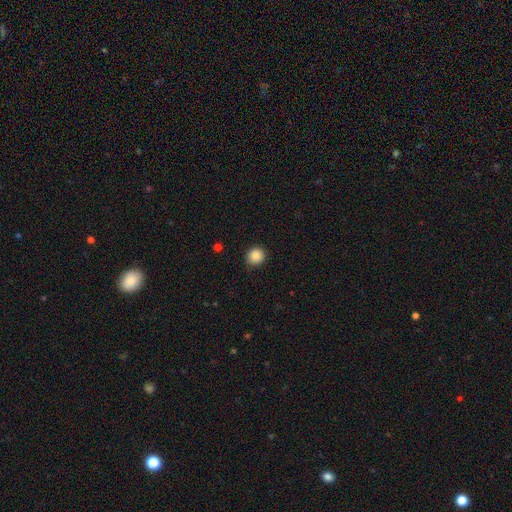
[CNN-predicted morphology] This appears to be a smooth galaxy with no disk features (86%) that is round (88%). Merging: none (85%).